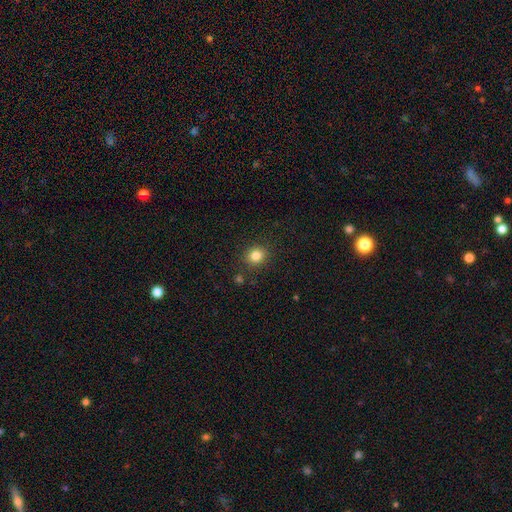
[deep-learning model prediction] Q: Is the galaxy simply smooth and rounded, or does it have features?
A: smooth — 82%.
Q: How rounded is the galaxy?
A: round — 81%.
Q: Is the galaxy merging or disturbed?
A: none — 87%.